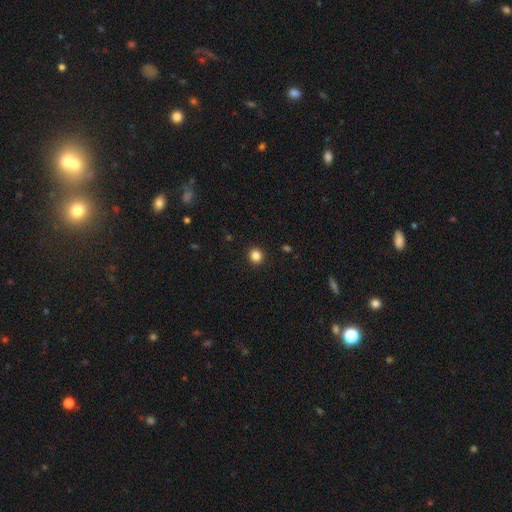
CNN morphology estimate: A smooth galaxy with no disk features (85%) that is round (90%). Merging: none (93%).